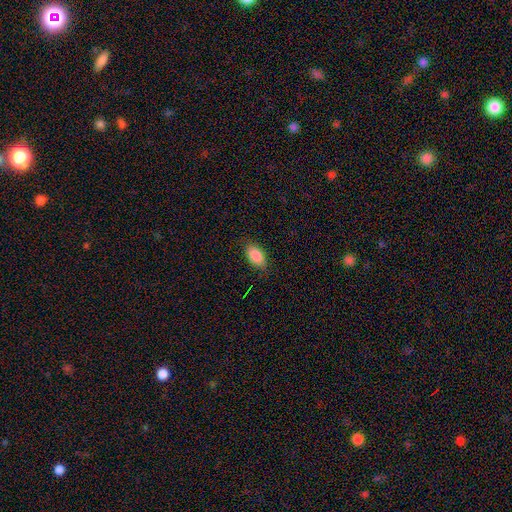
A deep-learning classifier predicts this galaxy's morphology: Smooth or featured: smooth — 88% (star or artifact — 7%)
How rounded: in between — 93% (round — 4%)
Merging: none — 84% (minor disturbance — 12%)